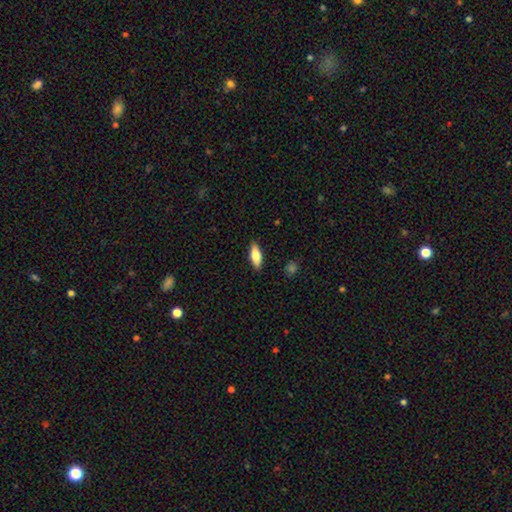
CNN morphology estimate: smooth 76%, featured or disk 17%, star or artifact 6%. Down the decision tree: how rounded — in between (69%); merging — none (88%).